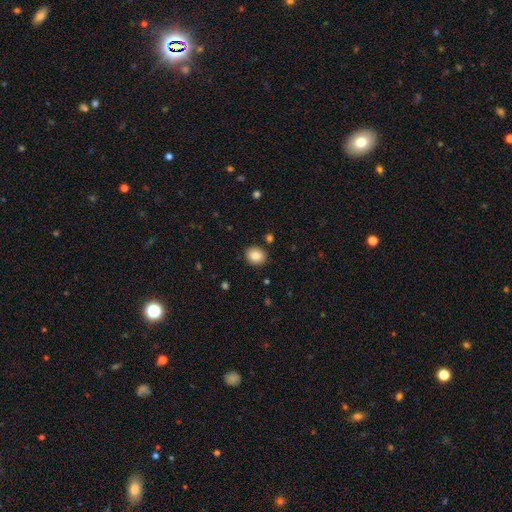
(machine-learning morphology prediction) A smooth galaxy with no disk features (86%) that is round (75%). Merging: none (89%).